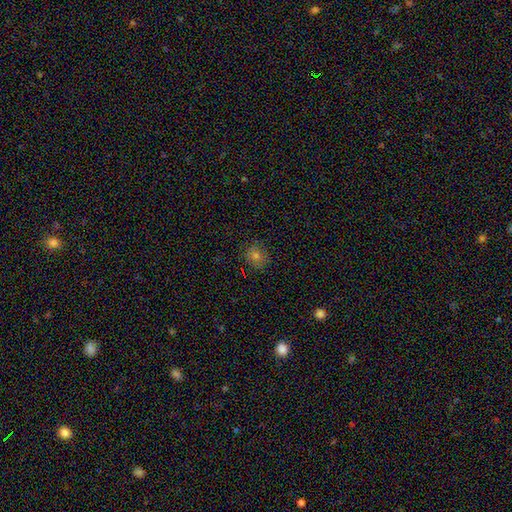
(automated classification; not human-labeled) A smooth galaxy with no disk features (70%) that is round (85%).

Vote fractions:
- Smooth or featured? smooth: 70% / star or artifact: 18% / featured or disk: 12%
- How rounded? round: 85% / in between: 14% / cigar-shaped: 1%
- Merging? none: 85% / minor disturbance: 11% / major disturbance: 3% / merger: 1%